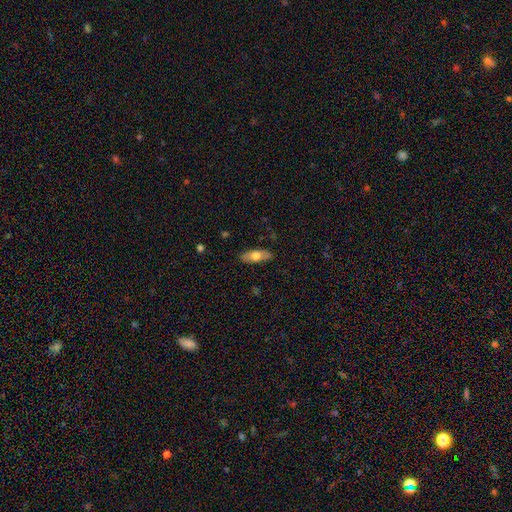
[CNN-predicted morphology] Overall: smooth (63%; featured or disk 31%). How rounded: in between (75%). Merging: none (85%).